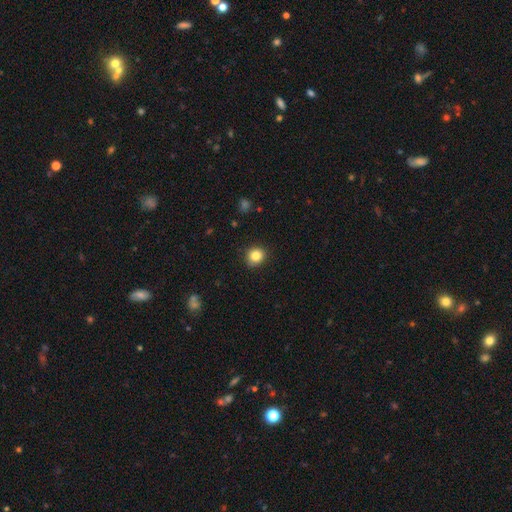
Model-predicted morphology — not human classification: A smooth galaxy with no disk features (84%) that is round (84%).

Vote fractions:
- Smooth or featured? smooth: 84% / star or artifact: 11% / featured or disk: 5%
- How rounded? round: 84% / in between: 15% / cigar-shaped: 1%
- Merging? none: 88% / minor disturbance: 9% / major disturbance: 2% / merger: 1%